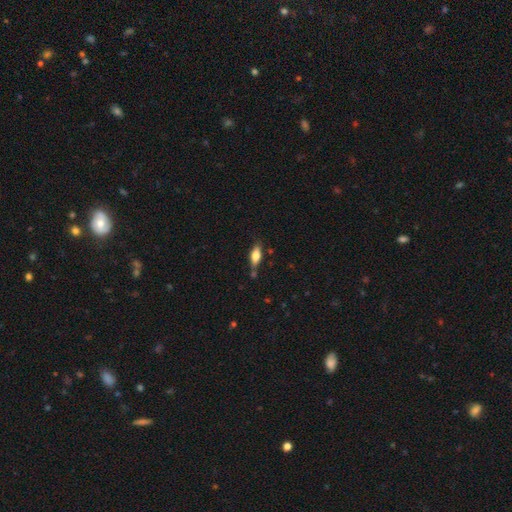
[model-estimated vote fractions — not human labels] Smooth or featured? smooth (73%)
How rounded? in between (75%)
Merging? none (71%)